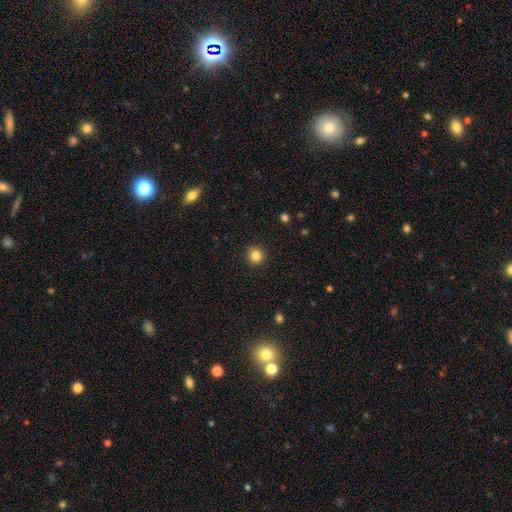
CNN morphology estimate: Q: Smooth or featured?
A: smooth (84%); runner-up: star or artifact (11%)
Q: How rounded?
A: round (89%); runner-up: in between (10%)
Q: Merging?
A: none (91%); runner-up: minor disturbance (6%)